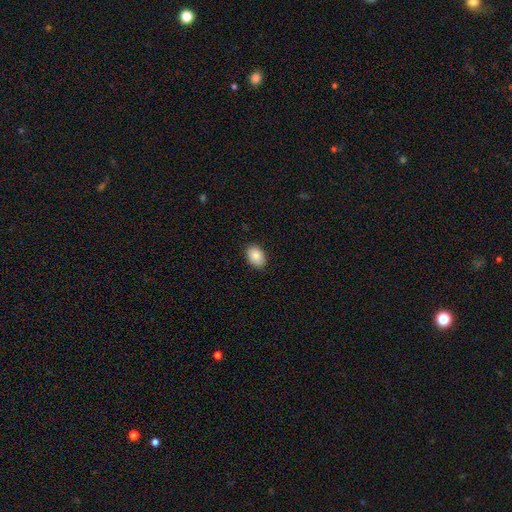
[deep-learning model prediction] Smooth or featured? smooth (87%)
How rounded? in between (84%)
Merging? none (87%)